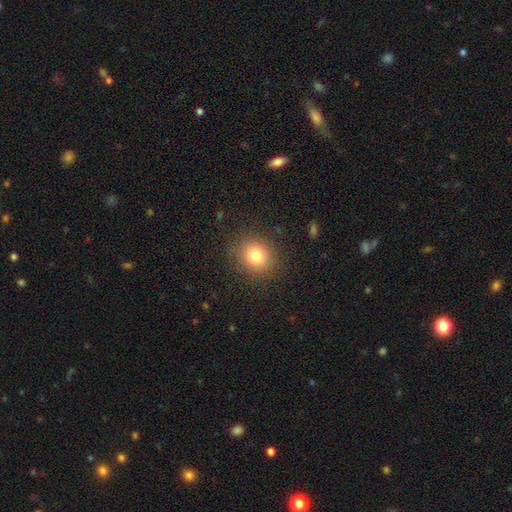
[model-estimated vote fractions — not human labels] Morphology: type=smooth (79%); roundness=round (77%); merging=none (87%).